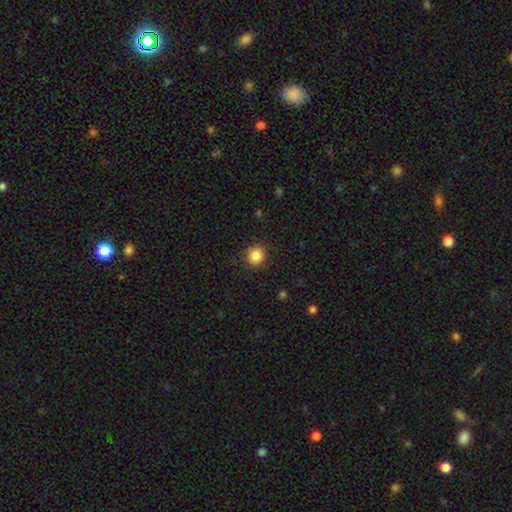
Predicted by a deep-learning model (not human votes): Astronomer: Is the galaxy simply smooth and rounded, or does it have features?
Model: smooth — 86%.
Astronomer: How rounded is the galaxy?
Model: round — 89%.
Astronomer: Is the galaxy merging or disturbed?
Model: none — 90%.